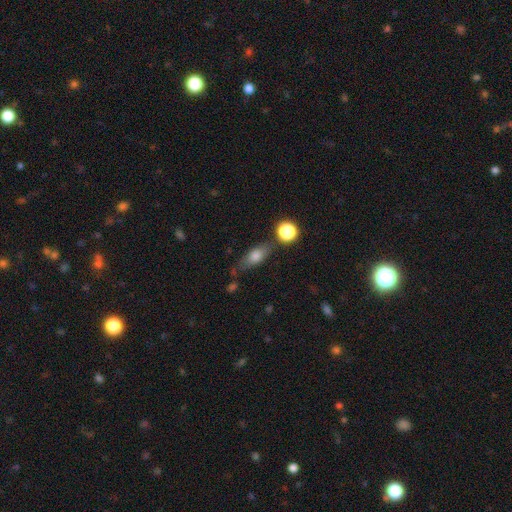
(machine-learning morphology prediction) Smooth or featured? Predicted: smooth (p=0.72). How rounded? Predicted: in between (p=0.69). Merging? Predicted: none (p=0.64).